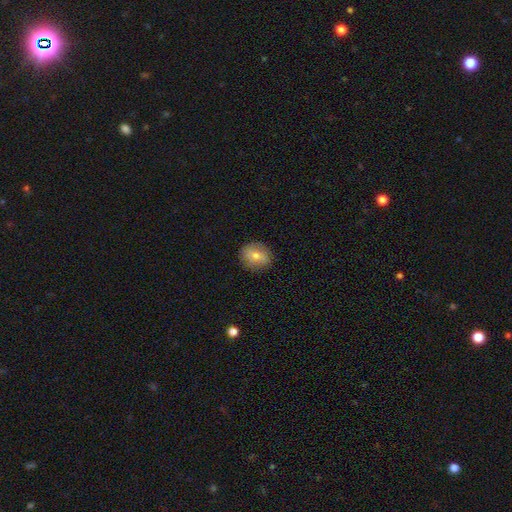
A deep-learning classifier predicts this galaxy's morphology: Smooth or featured: smooth — 68% (featured or disk — 23%)
How rounded: round — 62% (in between — 37%)
Merging: none — 85% (minor disturbance — 11%)